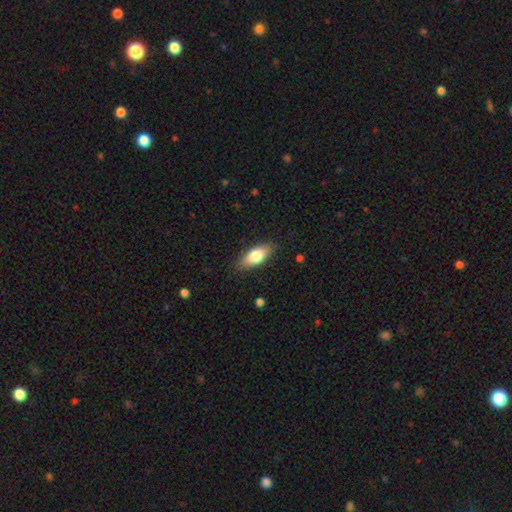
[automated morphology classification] This appears to be a smooth galaxy with no disk features (77%) that is in between round and cigar-shaped (80%). Merging: none (85%).